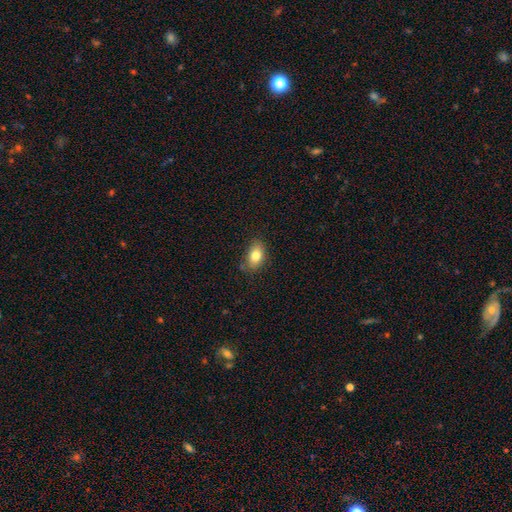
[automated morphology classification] type=smooth (81%); roundness=in between (86%); merging=none (77%).